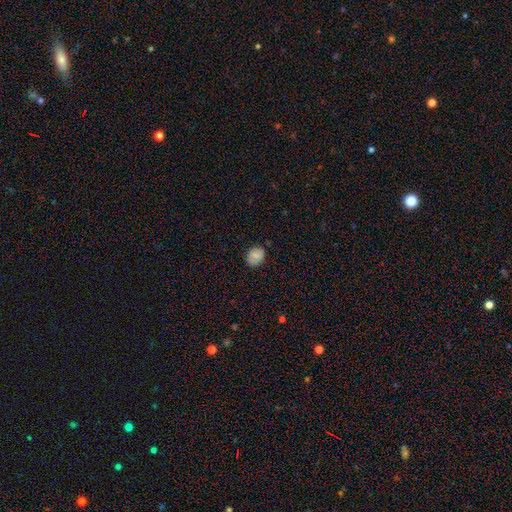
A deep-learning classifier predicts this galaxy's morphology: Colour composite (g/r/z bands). It shows a smooth galaxy with no disk features (81%) that is round (57%). Merging: none (84%).